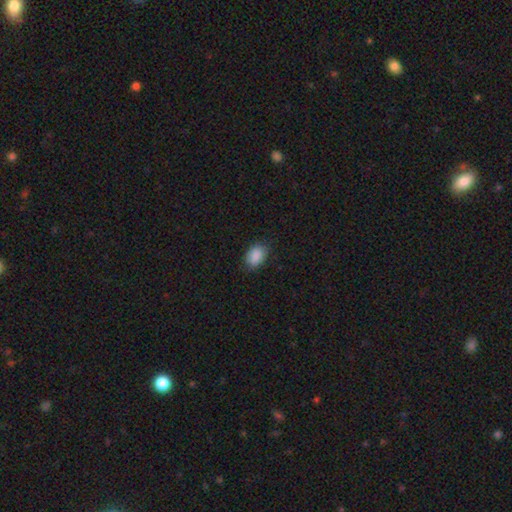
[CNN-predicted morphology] A smooth galaxy with no disk features (88%) that is in between round and cigar-shaped (85%). Merging: none (80%).